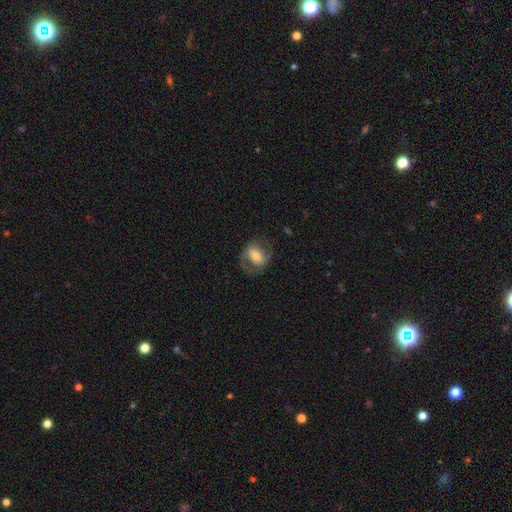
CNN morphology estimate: featured or disk 54%, smooth 39%, star or artifact 7%. Down the decision tree: edge-on disk — no (94%); bar — strong (38%); spiral arms — yes (59%); bulge size — moderate (52%); merging — none (68%).